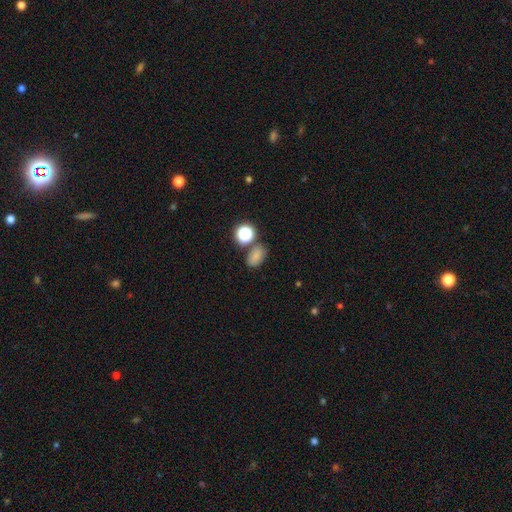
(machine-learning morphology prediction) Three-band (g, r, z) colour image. It shows a smooth galaxy with no disk features (73%) that is in between round and cigar-shaped (77%). Merging: none (66%).